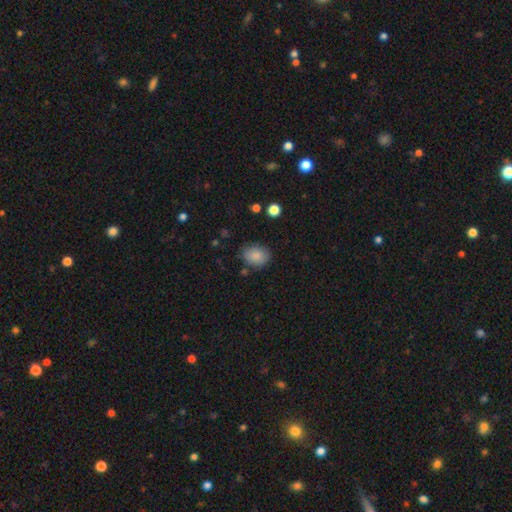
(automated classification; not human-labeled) Q: Smooth or featured?
A: smooth (86%); runner-up: star or artifact (8%)
Q: How rounded?
A: in between (60%); runner-up: round (39%)
Q: Merging?
A: none (78%); runner-up: minor disturbance (15%)